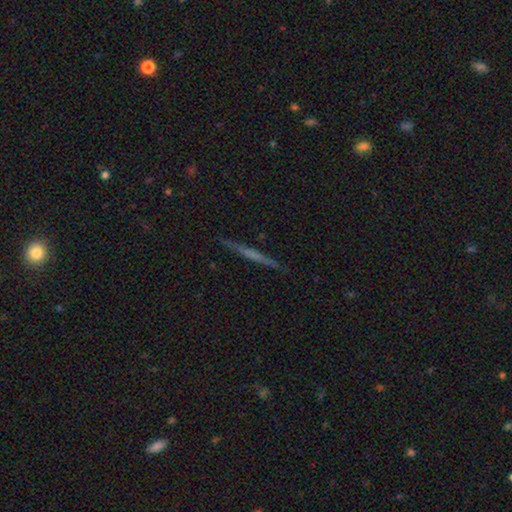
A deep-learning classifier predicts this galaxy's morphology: smooth_or_featured: featured or disk (p=0.60) [alt: smooth p=0.32]
disk_edge_on: yes (p=0.97) [alt: no p=0.03]
edge_on_bulge: none (p=0.74) [alt: rounded p=0.17]
merging: none (p=0.91) [alt: minor disturbance p=0.07]